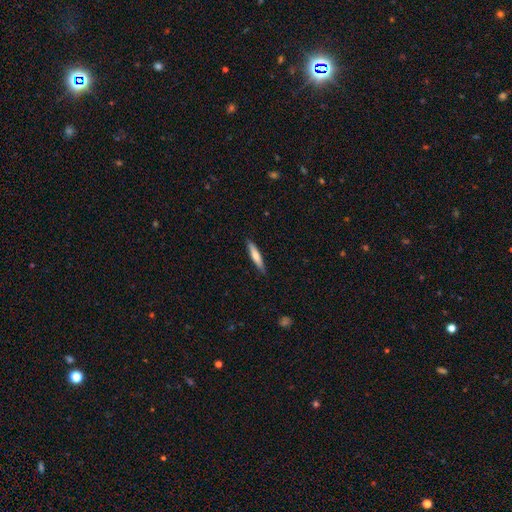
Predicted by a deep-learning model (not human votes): Smooth or featured? smooth (66%)
How rounded? cigar-shaped (86%)
Merging? none (88%)